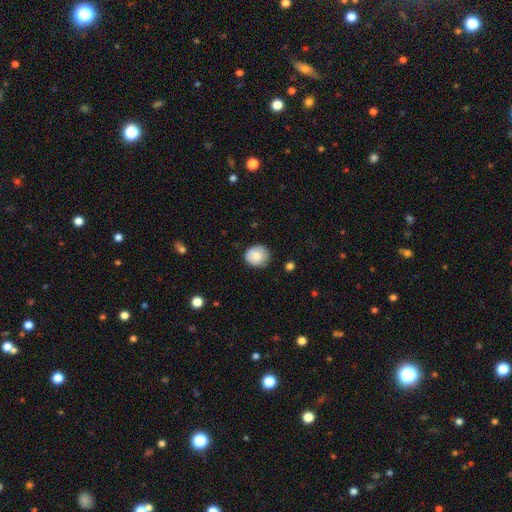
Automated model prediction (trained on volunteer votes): Smooth or featured?
  - smooth: 81% *
  - featured or disk: 11%
  - star or artifact: 8%
How rounded?
  - round: 80% *
  - in between: 19%
  - cigar-shaped: 1%
Merging?
  - none: 80% *
  - minor disturbance: 16%
  - major disturbance: 3%
  - merger: 1%